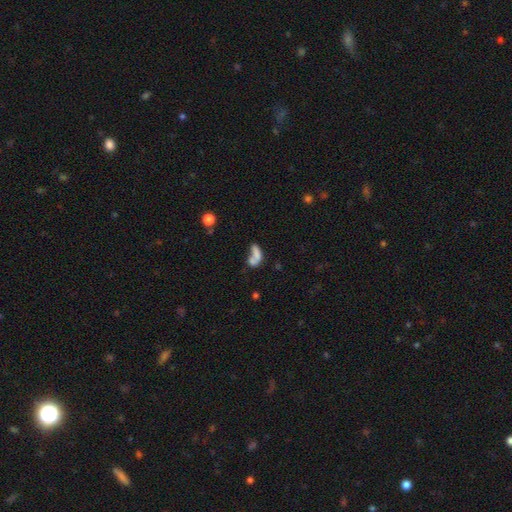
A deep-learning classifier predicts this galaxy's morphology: Smooth or featured? Predicted: smooth (p=0.66). How rounded? Predicted: in between (p=0.75). Merging? Predicted: merger (p=0.55).